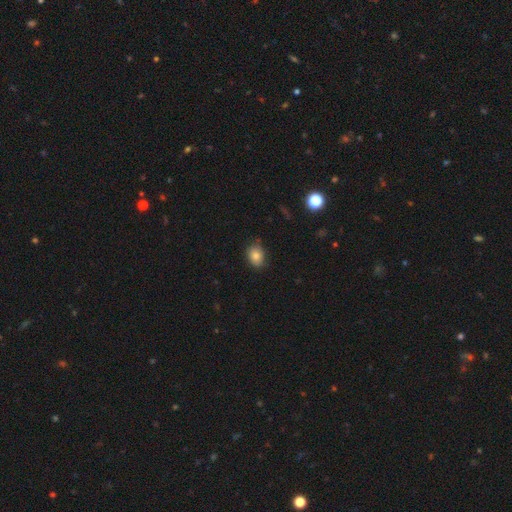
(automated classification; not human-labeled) A smooth galaxy with no disk features (81%) that is in between round and cigar-shaped (59%). Merging: none (75%).